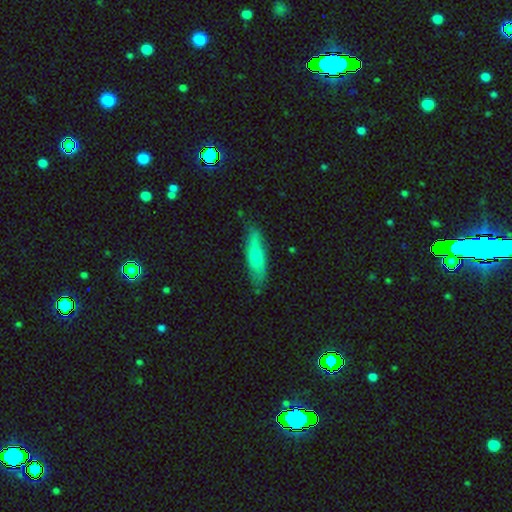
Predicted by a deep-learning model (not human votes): Smooth or featured: smooth — 69% (featured or disk — 26%)
How rounded: cigar-shaped — 70% (in between — 28%)
Merging: none — 76% (minor disturbance — 19%)